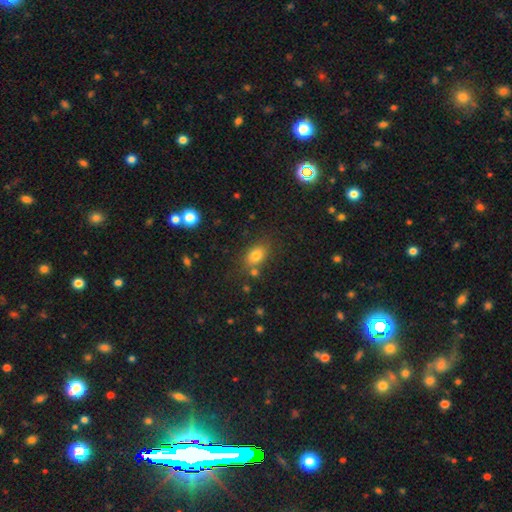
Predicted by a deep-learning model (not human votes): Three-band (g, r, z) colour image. It shows a smooth galaxy with no disk features (78%) that is in between round and cigar-shaped (75%). Merging: none (72%).